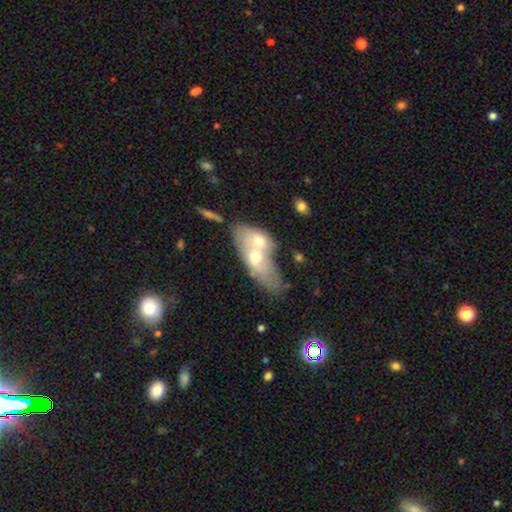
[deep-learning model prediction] This appears to be a smooth galaxy with no disk features (51%) that is in between round and cigar-shaped (73%). Merging: merger (68%).